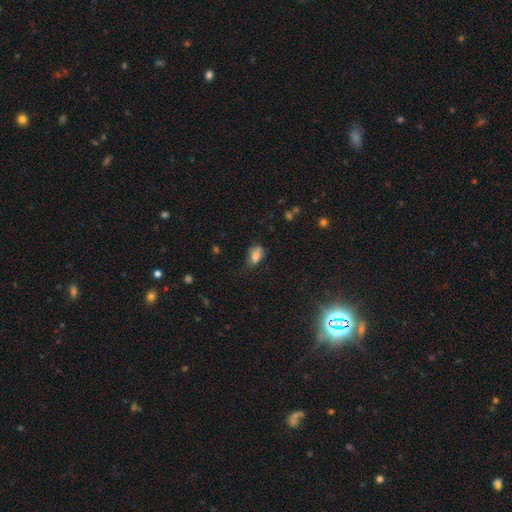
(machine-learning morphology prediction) Smooth or featured? smooth (75%)
How rounded? in between (85%)
Merging? none (45%)